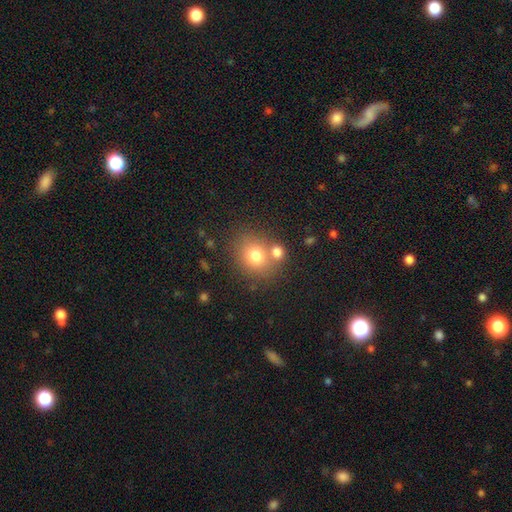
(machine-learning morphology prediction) A smooth galaxy with no disk features (75%) that is round (70%).

Vote fractions:
- Smooth or featured? smooth: 75% / featured or disk: 13% / star or artifact: 12%
- How rounded? round: 70% / in between: 29% / cigar-shaped: 1%
- Merging? none: 59% / merger: 26% / minor disturbance: 11% / major disturbance: 4%